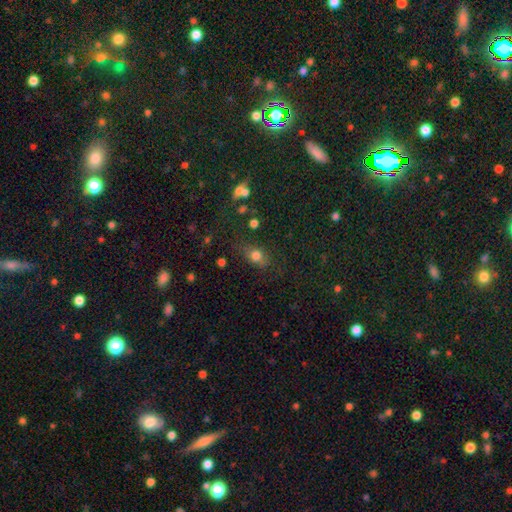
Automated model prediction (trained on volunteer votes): smooth 73%, star or artifact 15%, featured or disk 12%. Down the decision tree: how rounded — in between (59%); merging — none (69%).